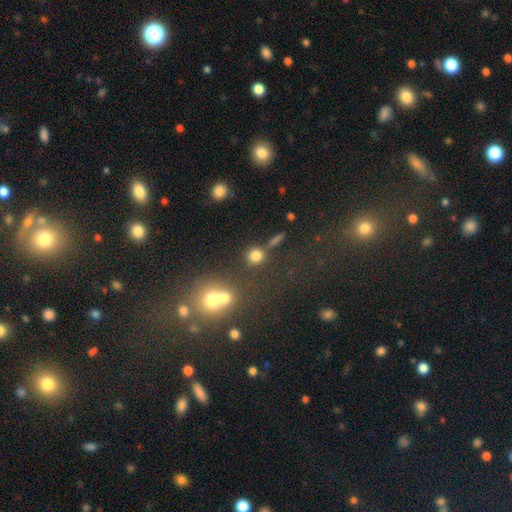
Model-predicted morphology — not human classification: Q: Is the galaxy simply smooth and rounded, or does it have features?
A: smooth — 75%.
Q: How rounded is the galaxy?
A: round — 88%.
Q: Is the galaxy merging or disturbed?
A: none — 65%.